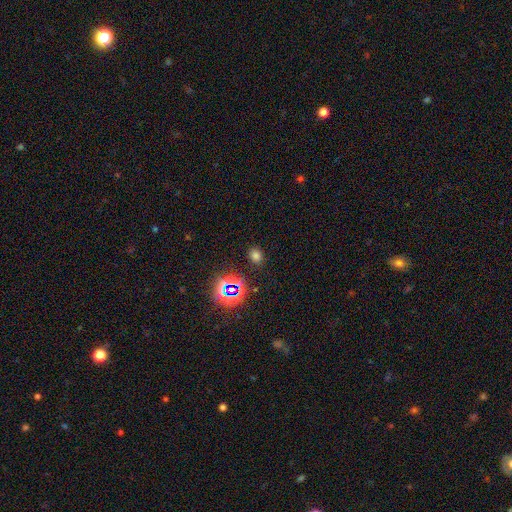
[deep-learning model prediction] smooth_or_featured: smooth (p=0.66) [alt: star or artifact p=0.28]
how_rounded: in between (p=0.49) [tied with: round p=0.49]
merging: none (p=0.86) [alt: minor disturbance p=0.09]